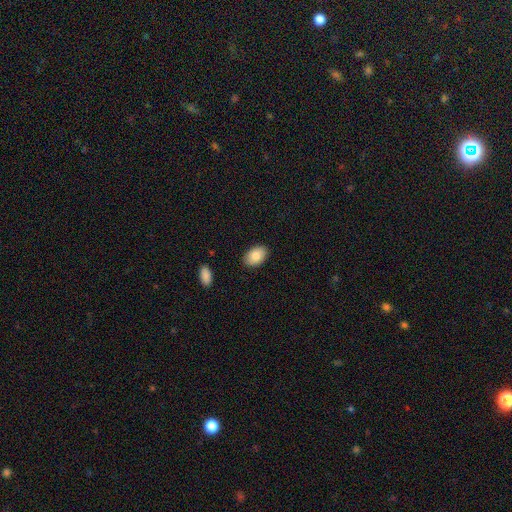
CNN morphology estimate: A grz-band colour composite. It shows a smooth galaxy with no disk features (85%) that is in between round and cigar-shaped (90%). Merging: none (88%).